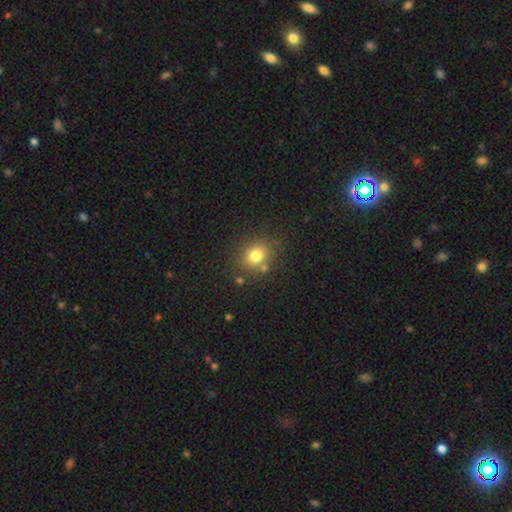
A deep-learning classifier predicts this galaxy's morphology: Overall: smooth (78%). How rounded: round (64%; in between 35%). Merging: none (77%).